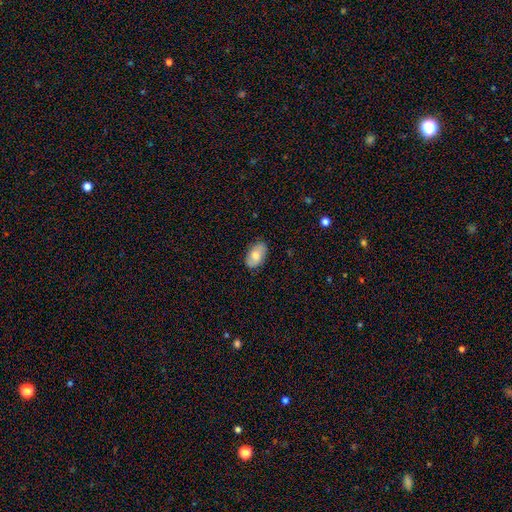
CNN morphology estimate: type=smooth (74%); roundness=in between (93%); merging=none (84%).